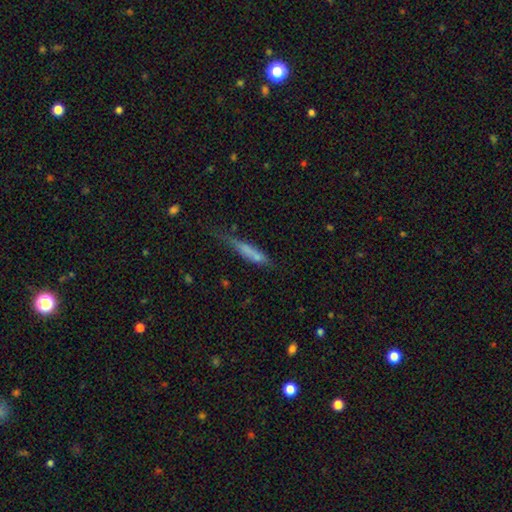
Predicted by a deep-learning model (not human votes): smooth_or_featured: smooth (p=0.64) [alt: featured or disk p=0.27]
how_rounded: cigar-shaped (p=0.84) [alt: in between p=0.13]
merging: none (p=0.47) [alt: minor disturbance p=0.32]